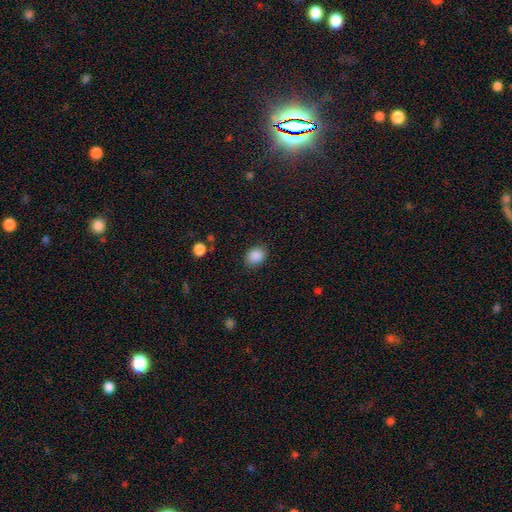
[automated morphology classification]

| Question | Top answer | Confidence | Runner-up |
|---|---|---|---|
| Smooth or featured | smooth | 88% | star or artifact (8%) |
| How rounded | in between | 57% | round (42%) |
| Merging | none | 85% | minor disturbance (11%) |